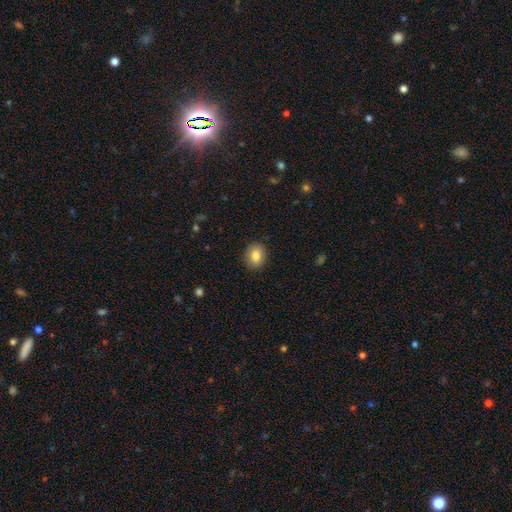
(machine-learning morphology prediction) smooth_or_featured: smooth (p=0.83) [alt: featured or disk p=0.08]
how_rounded: round (p=0.57) [alt: in between p=0.42]
merging: none (p=0.89) [alt: minor disturbance p=0.08]